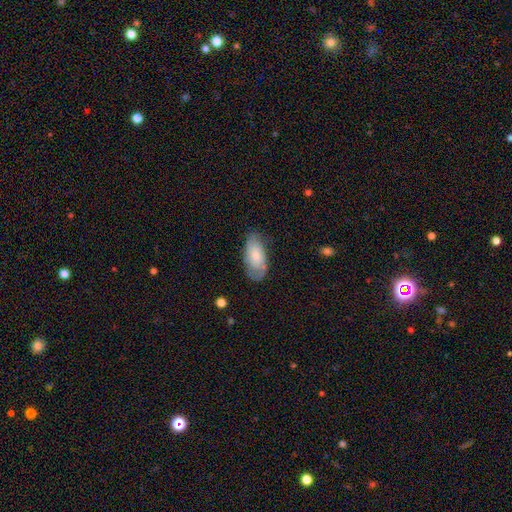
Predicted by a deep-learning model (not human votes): A smooth galaxy with no disk features (64%) that is in between round and cigar-shaped (93%).

Vote fractions:
- Smooth or featured? smooth: 64% / featured or disk: 30% / star or artifact: 6%
- How rounded? in between: 93% / cigar-shaped: 5% / round: 3%
- Merging? none: 67% / minor disturbance: 24% / major disturbance: 7% / merger: 2%